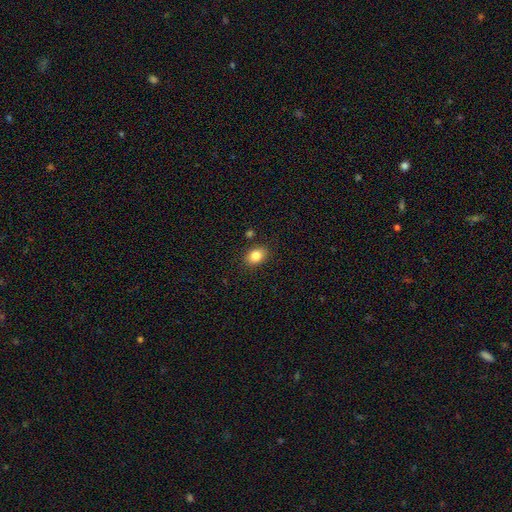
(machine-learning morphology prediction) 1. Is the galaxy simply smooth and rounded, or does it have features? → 84% smooth, 9% star or artifact, 7% featured or disk.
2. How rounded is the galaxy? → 69% in between, 30% round, 1% cigar-shaped.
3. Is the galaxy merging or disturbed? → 85% none, 9% minor disturbance, 3% merger, 2% major disturbance.